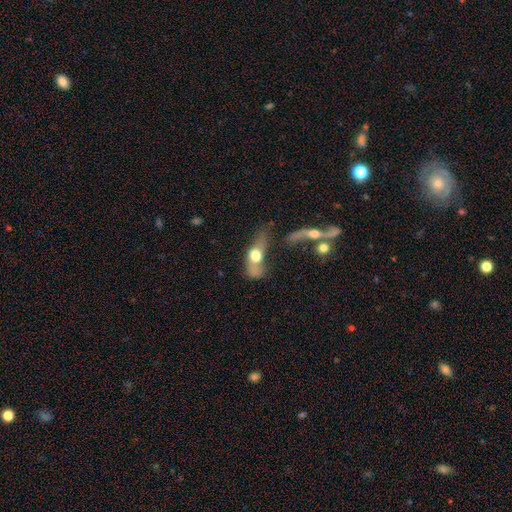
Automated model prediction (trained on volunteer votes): The model was most divided on "merging": major disturbance: 34%, merger: 32%, none: 19%, minor disturbance: 15%. More confident: how rounded — in between (63%); smooth or featured — smooth (51%).